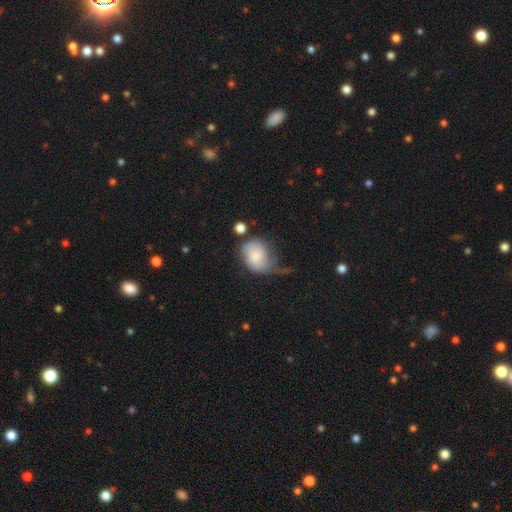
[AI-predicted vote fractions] Smooth or featured: smooth — 50% (featured or disk — 42%)
How rounded: round — 55% (in between — 44%)
Merging: major disturbance — 35% (minor disturbance — 29%)